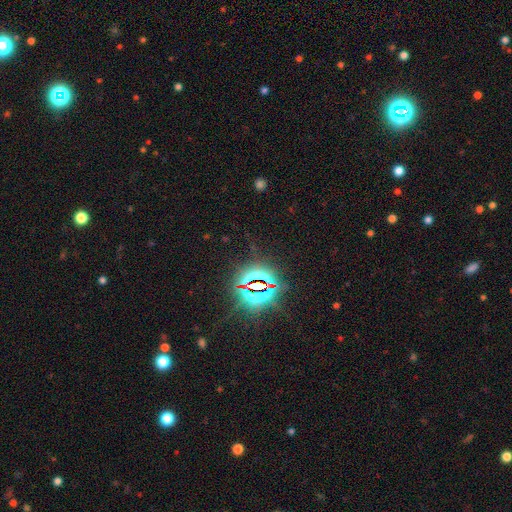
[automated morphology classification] Overall: star or artifact (83%).